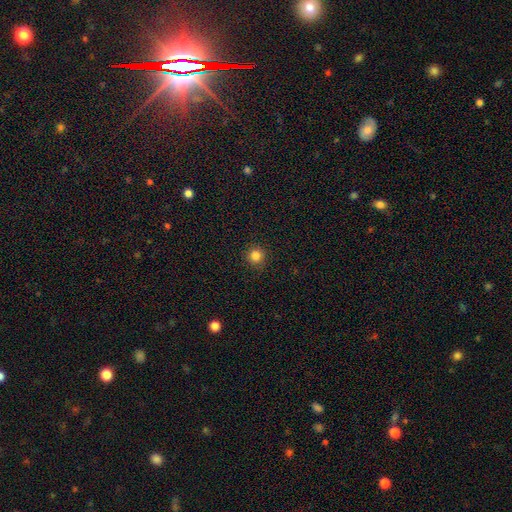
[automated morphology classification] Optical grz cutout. It shows a smooth galaxy with no disk features (83%) that is round (94%). Merging: none (91%).